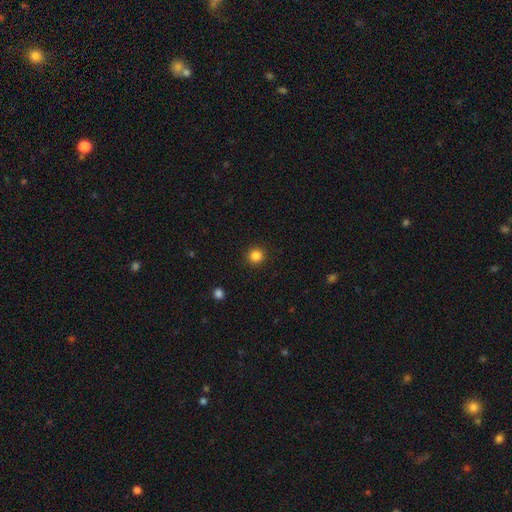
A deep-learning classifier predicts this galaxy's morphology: This is clearly a smooth galaxy (85%). How rounded: clearly round (94%). Merging: clearly none (92%).